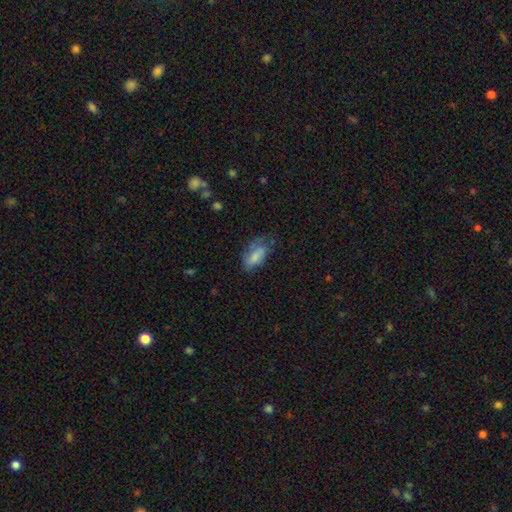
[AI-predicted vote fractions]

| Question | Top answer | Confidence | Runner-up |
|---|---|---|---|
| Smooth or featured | smooth | 75% | featured or disk (18%) |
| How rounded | in between | 89% | cigar-shaped (8%) |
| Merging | none | 47% | minor disturbance (33%) |